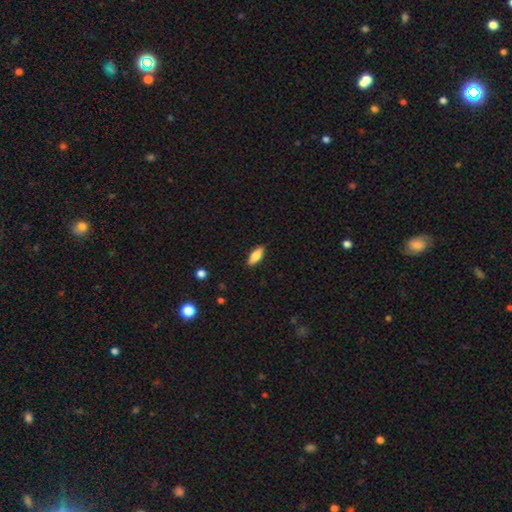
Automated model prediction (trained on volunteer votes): Smooth or featured: smooth — 79% (featured or disk — 15%)
How rounded: in between — 79% (cigar-shaped — 19%)
Merging: none — 89% (minor disturbance — 8%)